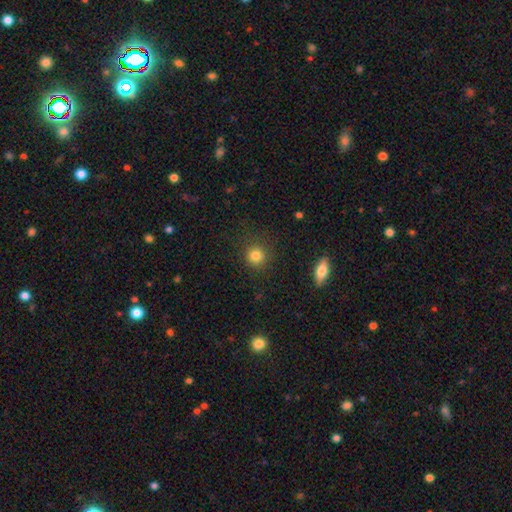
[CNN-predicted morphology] smooth 82%, star or artifact 12%, featured or disk 6%. Down the decision tree: how rounded — round (91%); merging — none (87%).